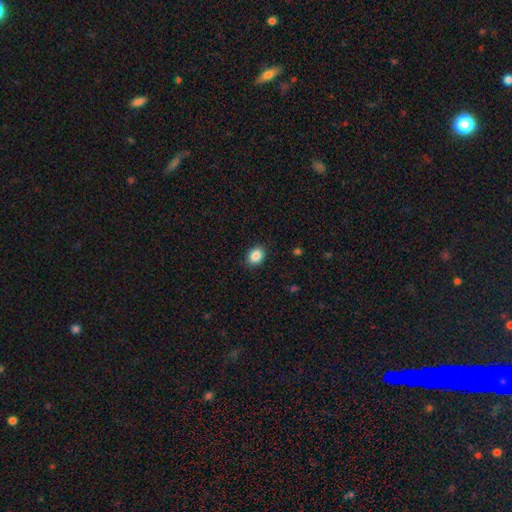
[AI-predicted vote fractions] The model was most divided on "how rounded": in between: 55%, round: 44%, cigar-shaped: 1%. More confident: merging — none (89%); smooth or featured — smooth (87%).